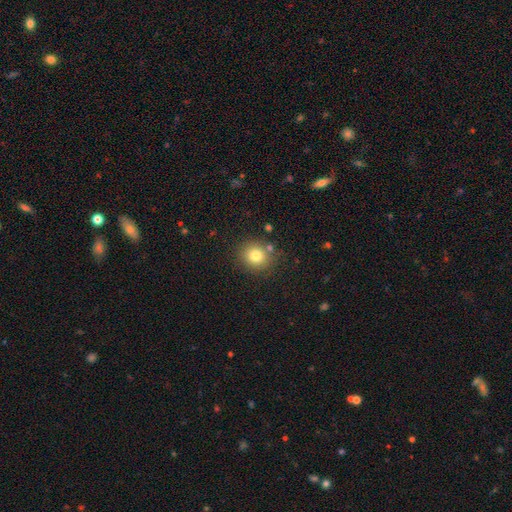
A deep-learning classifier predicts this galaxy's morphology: type=smooth (79%); roundness=round (86%); merging=none (81%).